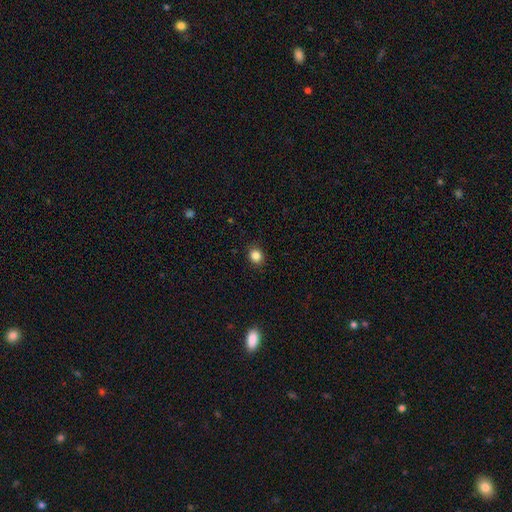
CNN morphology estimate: smooth-or-featured: smooth: 85% | star or artifact: 11% | featured or disk: 4%
  how-rounded: round: 75% | in between: 24% | cigar-shaped: 1%
  merging: none: 90% | minor disturbance: 7% | major disturbance: 2% | merger: 1%